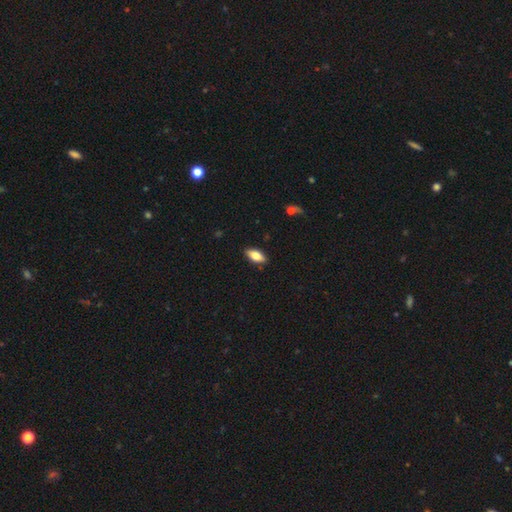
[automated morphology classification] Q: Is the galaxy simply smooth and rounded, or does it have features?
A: smooth — 74%.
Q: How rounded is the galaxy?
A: in between — 87%.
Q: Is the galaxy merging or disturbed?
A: none — 88%.